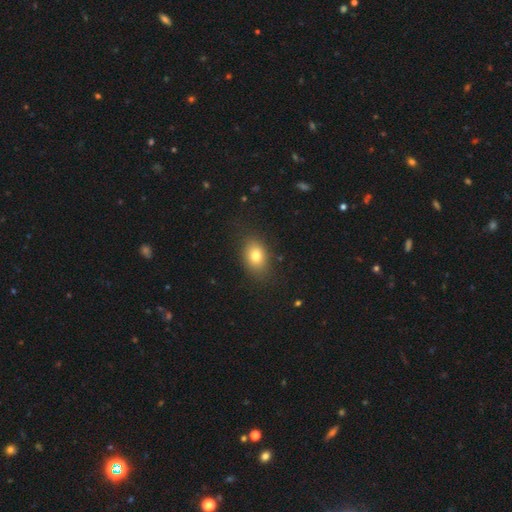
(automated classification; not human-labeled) Smooth or featured? Predicted: smooth (p=0.79). How rounded? Predicted: in between (p=0.76). Merging? Predicted: none (p=0.83).